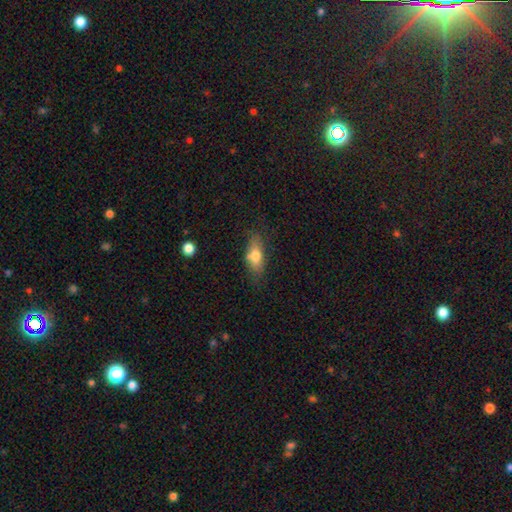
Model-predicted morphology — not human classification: smooth-or-featured: smooth: 73% | featured or disk: 19% | star or artifact: 8%
  how-rounded: in between: 78% | cigar-shaped: 17% | round: 5%
  merging: none: 69% | minor disturbance: 21% | major disturbance: 6% | merger: 4%